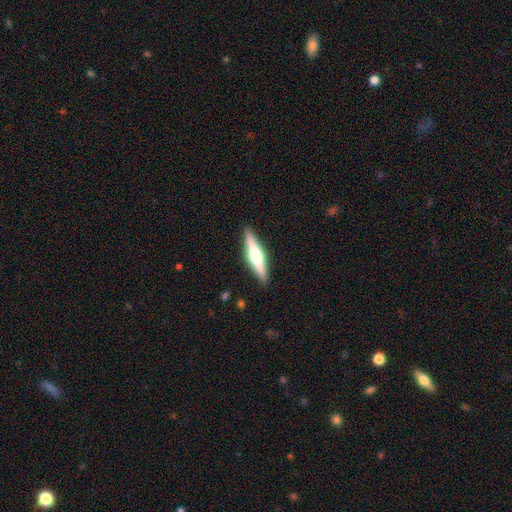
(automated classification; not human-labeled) A featured or disk galaxy (60%) viewed edge-on (97%) with a rounded central bulge (90%). Merging: none (90%).